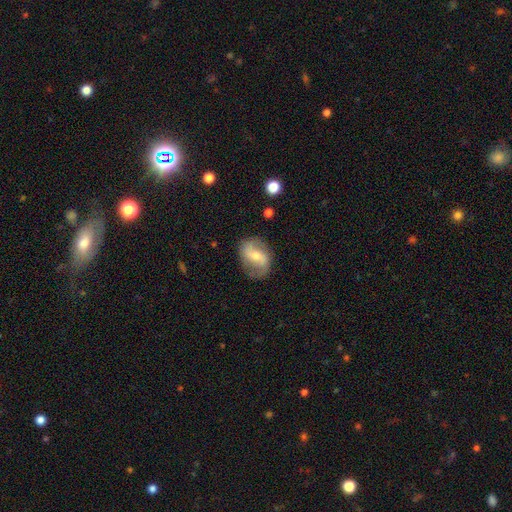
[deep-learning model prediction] Smooth or featured?
  - featured or disk: 71% *
  - smooth: 23%
  - star or artifact: 6%
Edge-on disk?
  - no: 97% *
  - yes: 3%
Bar?
  - weak: 43% *
  - no: 32%
  - strong: 25%
Spiral arms?
  - yes: 89% *
  - no: 11%
Spiral winding?
  - loose: 54% *
  - medium: 34%
  - tight: 12%
Spiral arm count?
  - 2: 90% *
  - can't tell: 5%
  - 1: 3%
  - 3: 1%
  - 4: 1%
  - more than 4: 1%
Bulge size?
  - small: 47% *
  - moderate: 46%
  - large: 3%
  - none: 3%
  - dominant: 1%
Merging?
  - none: 76% *
  - minor disturbance: 16%
  - major disturbance: 6%
  - merger: 1%